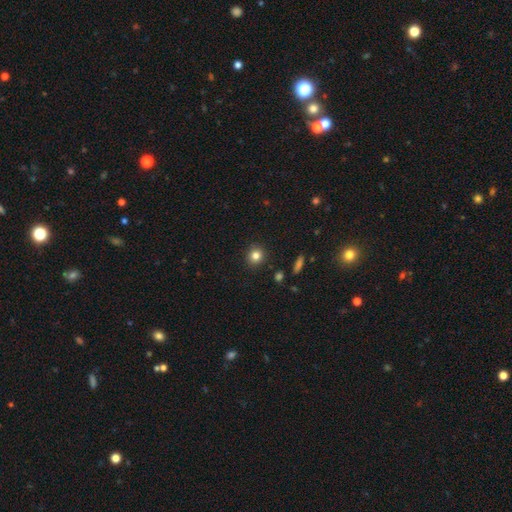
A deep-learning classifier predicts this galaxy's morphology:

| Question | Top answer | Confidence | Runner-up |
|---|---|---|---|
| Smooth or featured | smooth | 82% | star or artifact (11%) |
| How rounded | round | 88% | in between (11%) |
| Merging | none | 90% | minor disturbance (6%) |